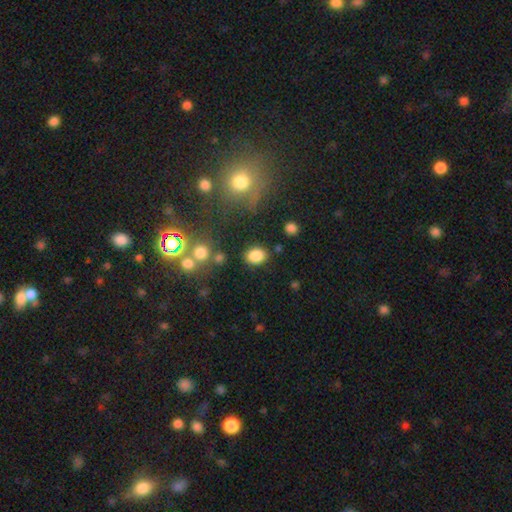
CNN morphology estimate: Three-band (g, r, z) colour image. It shows a smooth galaxy with no disk features (84%) that is in between round and cigar-shaped (64%). Merging: none (81%).